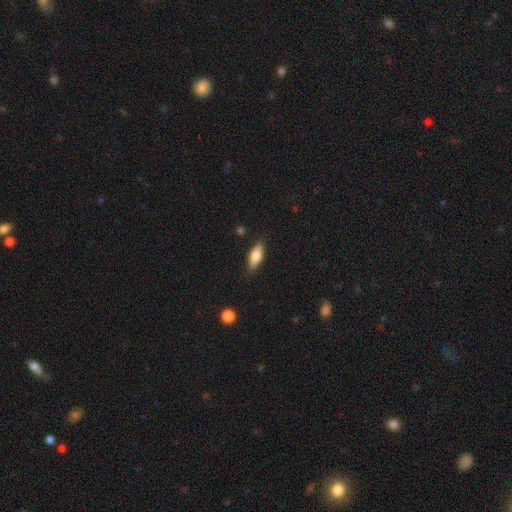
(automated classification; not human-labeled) Smooth or featured: smooth — 69% (featured or disk — 24%)
How rounded: in between — 70% (cigar-shaped — 27%)
Merging: none — 84% (minor disturbance — 12%)